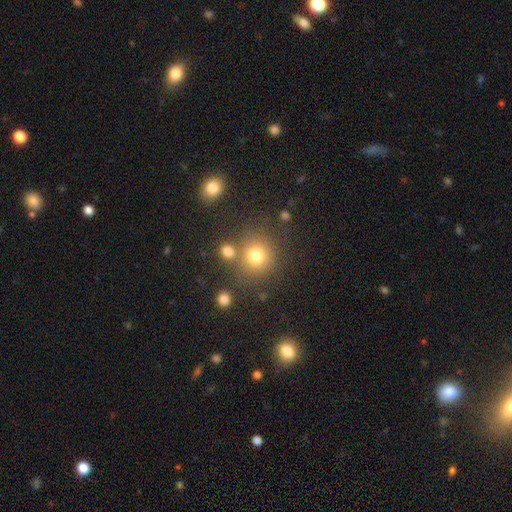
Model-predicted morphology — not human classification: Overall: smooth (77%). How rounded: round (87%). Merging: none (71%).